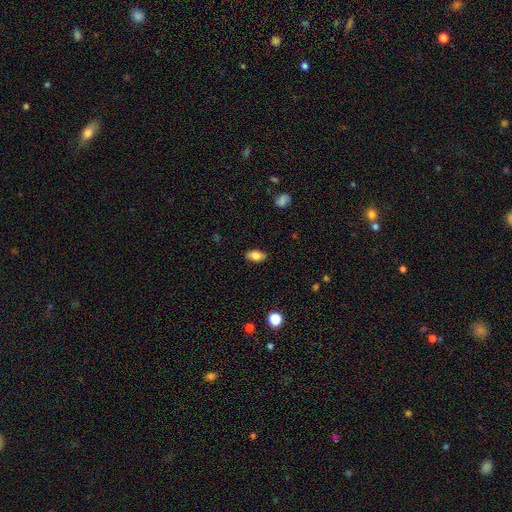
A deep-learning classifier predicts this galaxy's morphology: smooth 82%, featured or disk 10%, star or artifact 8%. Down the decision tree: how rounded — in between (91%); merging — none (87%).